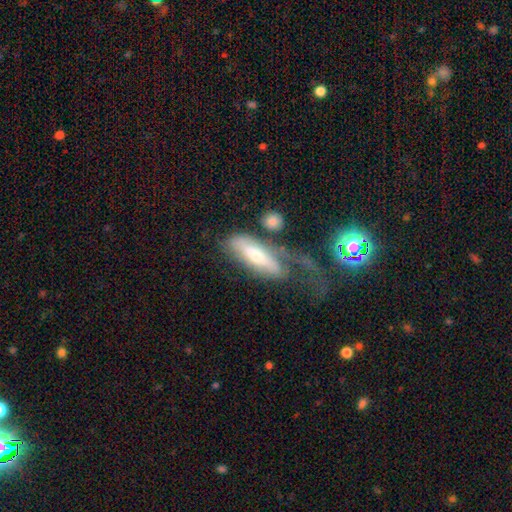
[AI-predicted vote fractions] Smooth or featured: featured or disk — 47% (smooth — 45%)
Merging: major disturbance — 42% (none — 27%)